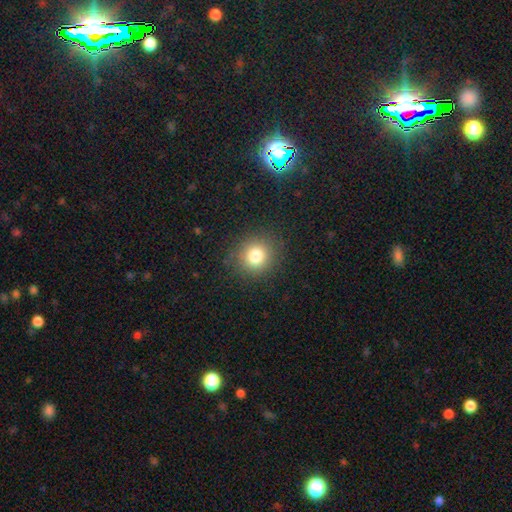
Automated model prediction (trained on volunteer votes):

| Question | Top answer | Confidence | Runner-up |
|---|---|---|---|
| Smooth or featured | smooth | 80% | star or artifact (12%) |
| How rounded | round | 86% | in between (13%) |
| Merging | none | 87% | minor disturbance (8%) |